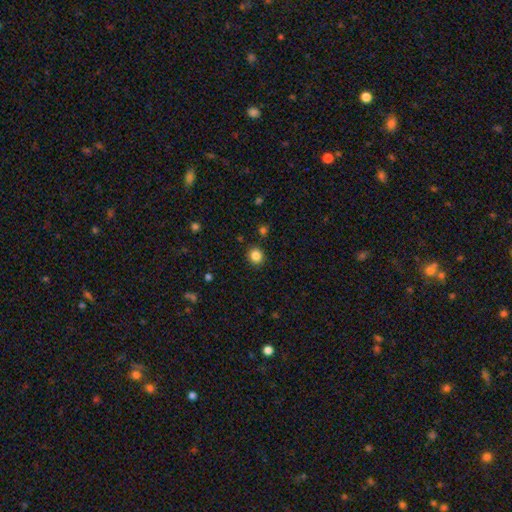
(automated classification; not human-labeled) smooth_or_featured: smooth (p=0.85) [alt: star or artifact p=0.11]
how_rounded: round (p=0.89) [alt: in between p=0.10]
merging: none (p=0.89) [alt: minor disturbance p=0.06]